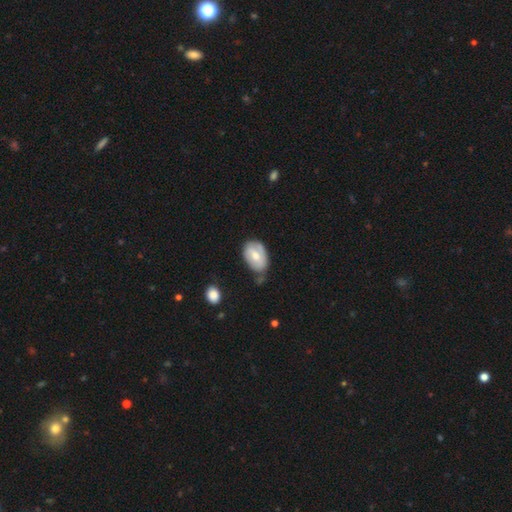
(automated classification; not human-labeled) Smooth or featured: smooth — 59% (featured or disk — 34%)
How rounded: in between — 87% (round — 12%)
Merging: none — 47% (minor disturbance — 36%)